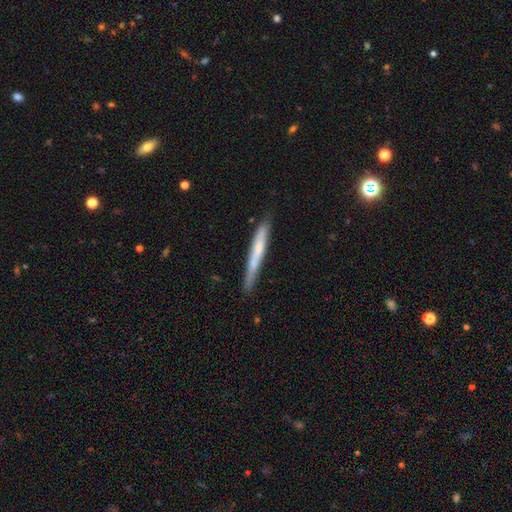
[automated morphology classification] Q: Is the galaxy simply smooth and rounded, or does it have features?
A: smooth — 50%.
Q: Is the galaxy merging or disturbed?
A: none — 81%.